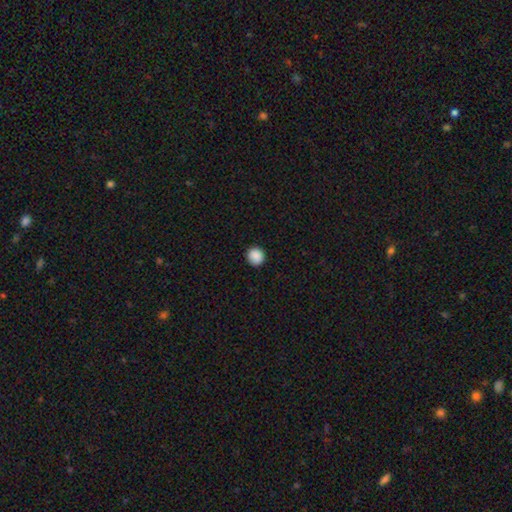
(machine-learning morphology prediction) Smooth or featured?
  - smooth: 89% *
  - star or artifact: 9%
  - featured or disk: 2%
How rounded?
  - round: 93% *
  - in between: 6%
  - cigar-shaped: 1%
Merging?
  - none: 92% *
  - minor disturbance: 6%
  - major disturbance: 2%
  - merger: 1%